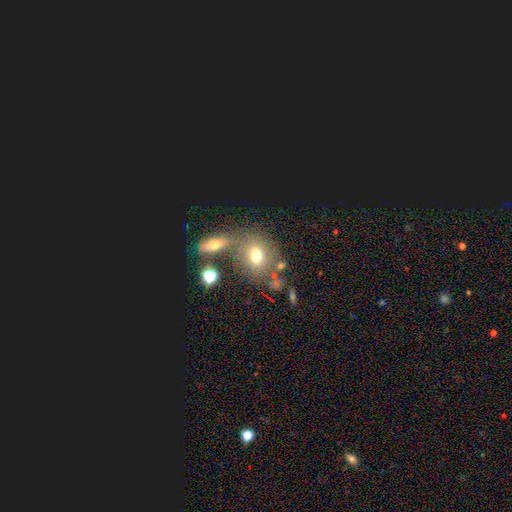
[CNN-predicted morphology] A smooth galaxy with no disk features (68%) that is round (65%).

Vote fractions:
- Smooth or featured? smooth: 68% / featured or disk: 17% / star or artifact: 15%
- How rounded? round: 65% / in between: 33% / cigar-shaped: 2%
- Merging? none: 55% / merger: 26% / minor disturbance: 12% / major disturbance: 6%